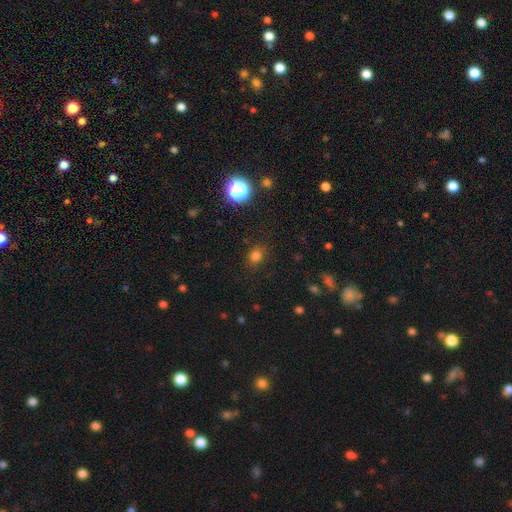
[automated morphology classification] This is likely a smooth galaxy (77%). How rounded: likely round (65%). Merging: clearly none (84%).